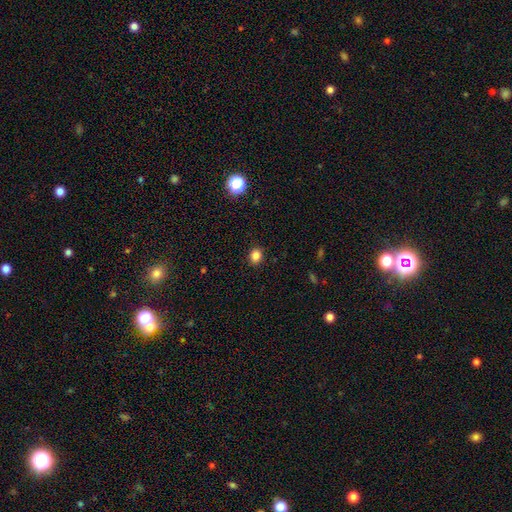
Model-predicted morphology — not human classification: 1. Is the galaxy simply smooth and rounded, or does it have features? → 83% smooth, 12% star or artifact, 4% featured or disk.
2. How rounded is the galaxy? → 72% round, 28% in between, 1% cigar-shaped.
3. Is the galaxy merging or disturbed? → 91% none, 6% minor disturbance, 2% major disturbance, 1% merger.